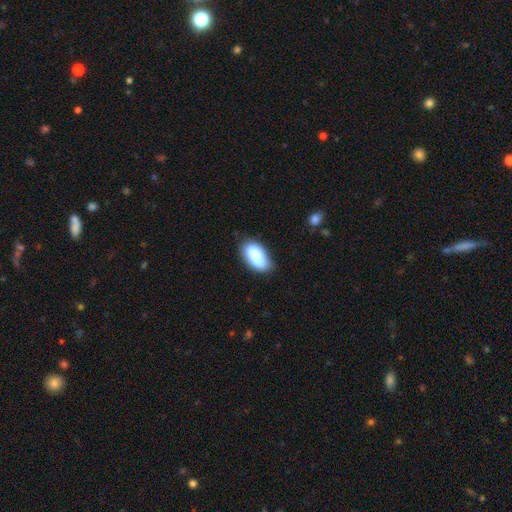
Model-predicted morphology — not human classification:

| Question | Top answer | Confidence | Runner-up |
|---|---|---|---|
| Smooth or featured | smooth | 82% | featured or disk (11%) |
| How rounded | in between | 94% | round (3%) |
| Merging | none | 73% | minor disturbance (20%) |